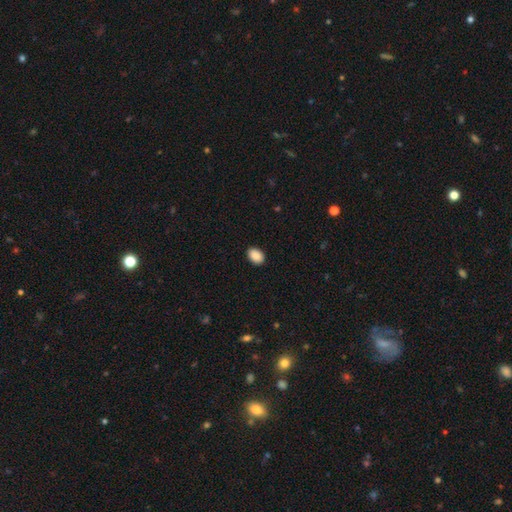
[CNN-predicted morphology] smooth-or-featured: smooth: 89% | star or artifact: 8% | featured or disk: 4%
  how-rounded: in between: 79% | round: 20% | cigar-shaped: 1%
  merging: none: 90% | minor disturbance: 7% | major disturbance: 2% | merger: 1%